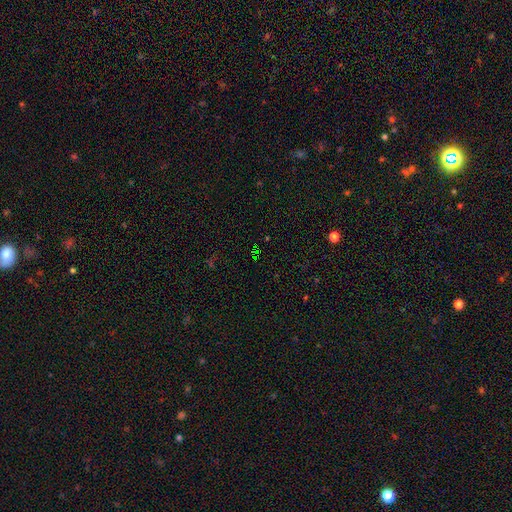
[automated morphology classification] Smooth or featured?
  - star or artifact: 74% *
  - smooth: 17%
  - featured or disk: 9%